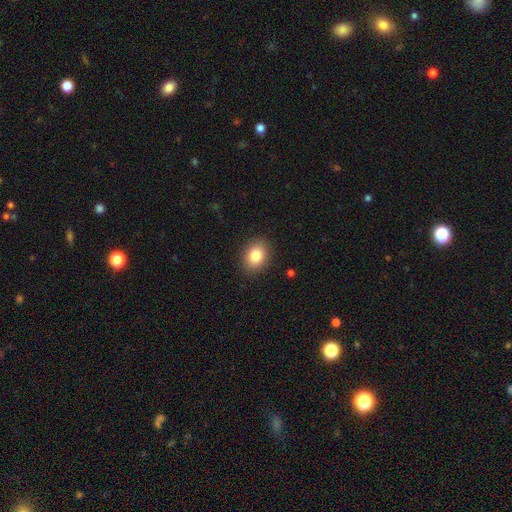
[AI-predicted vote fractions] This appears to be a smooth galaxy with no disk features (84%) that is in between round and cigar-shaped (64%). Merging: none (89%).